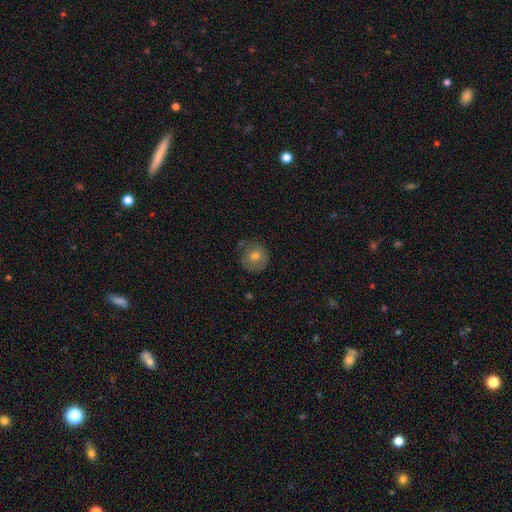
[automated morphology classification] smooth 66%, featured or disk 24%, star or artifact 10%. Down the decision tree: how rounded — round (92%); merging — none (76%).